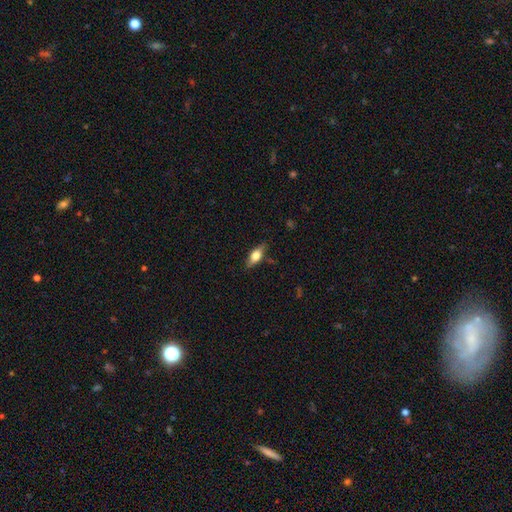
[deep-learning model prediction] Q: Smooth or featured?
A: smooth (59%); runner-up: featured or disk (34%)
Q: How rounded?
A: in between (73%); runner-up: cigar-shaped (23%)
Q: Merging?
A: none (80%); runner-up: minor disturbance (15%)